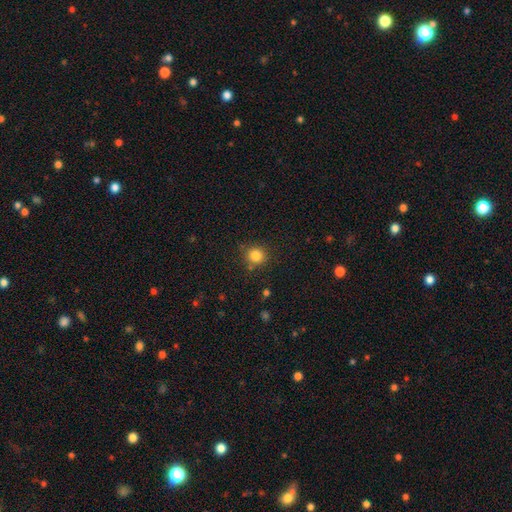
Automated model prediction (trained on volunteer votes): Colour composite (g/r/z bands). It shows a smooth galaxy with no disk features (83%) that is round (92%). Merging: none (83%).